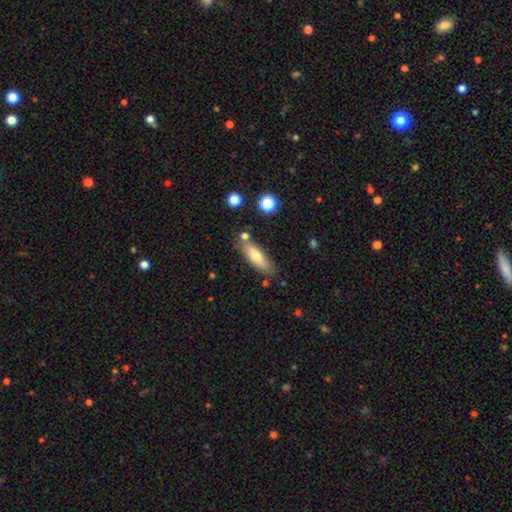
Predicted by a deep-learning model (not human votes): Smooth or featured?
  - smooth: 68% *
  - featured or disk: 25%
  - star or artifact: 7%
How rounded?
  - in between: 54% *
  - cigar-shaped: 43%
  - round: 2%
Merging?
  - none: 75% *
  - minor disturbance: 15%
  - merger: 7%
  - major disturbance: 3%